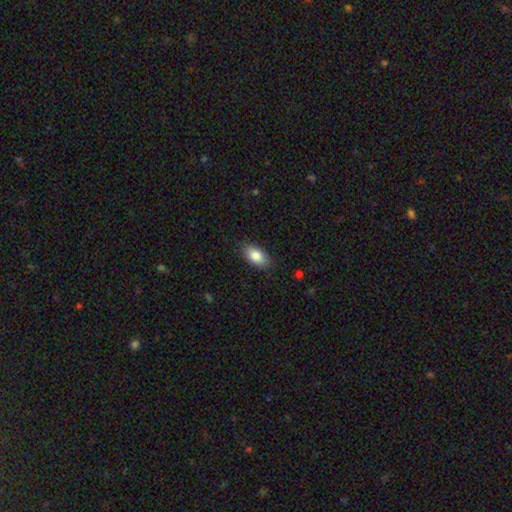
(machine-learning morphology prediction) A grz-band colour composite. It shows a smooth galaxy with no disk features (84%) that is in between round and cigar-shaped (92%). Merging: none (86%).